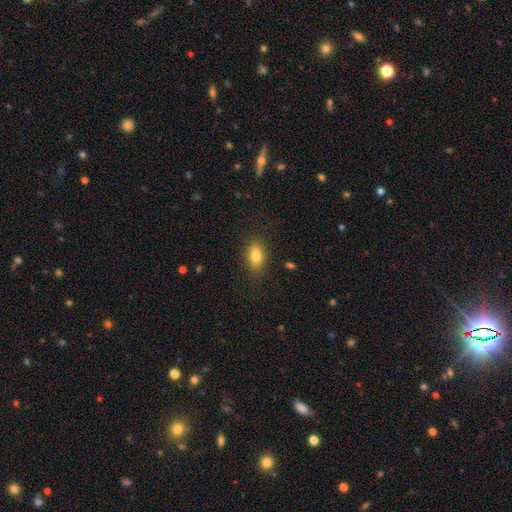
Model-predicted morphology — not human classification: Smooth or featured: smooth — 81% (featured or disk — 10%)
How rounded: in between — 86% (round — 10%)
Merging: none — 86% (minor disturbance — 10%)